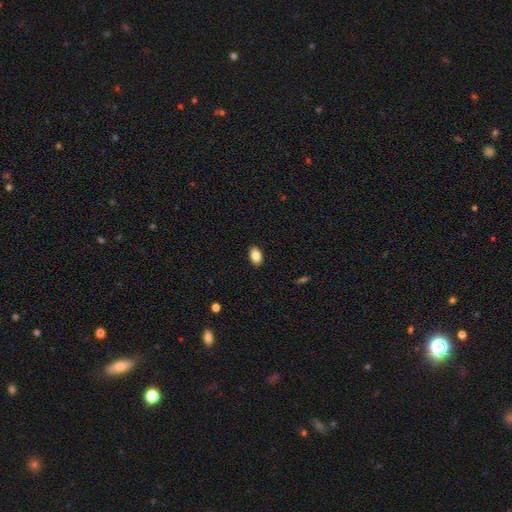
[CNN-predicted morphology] This appears to be a smooth galaxy with no disk features (86%) that is in between round and cigar-shaped (88%). Merging: none (89%).